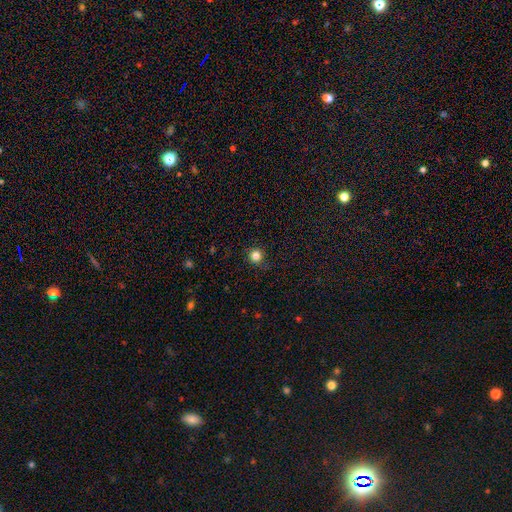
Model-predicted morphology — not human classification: A smooth galaxy with no disk features (82%) that is round (94%).

Vote fractions:
- Smooth or featured? smooth: 82% / star or artifact: 13% / featured or disk: 5%
- How rounded? round: 94% / in between: 5% / cigar-shaped: 1%
- Merging? none: 89% / minor disturbance: 8% / major disturbance: 2% / merger: 1%